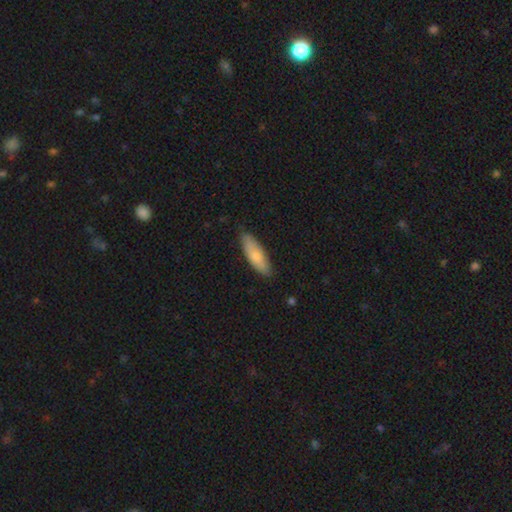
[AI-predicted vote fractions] Q: Smooth or featured?
A: smooth (75%); runner-up: featured or disk (20%)
Q: How rounded?
A: in between (56%); runner-up: cigar-shaped (42%)
Q: Merging?
A: none (81%); runner-up: minor disturbance (15%)